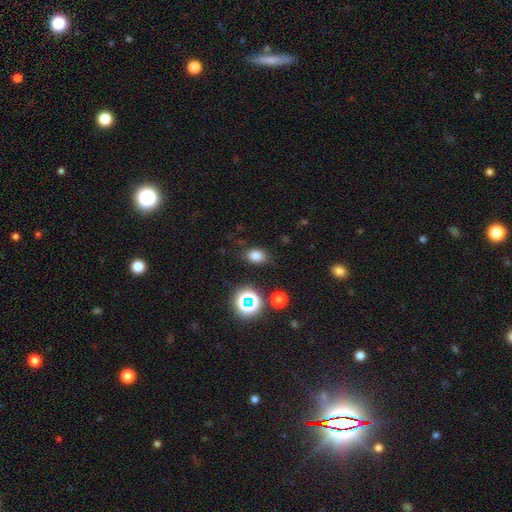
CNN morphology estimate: smooth_or_featured: smooth (p=0.75) [alt: star or artifact p=0.17]
how_rounded: in between (p=0.70) [alt: round p=0.29]
merging: none (p=0.78) [alt: minor disturbance p=0.15]